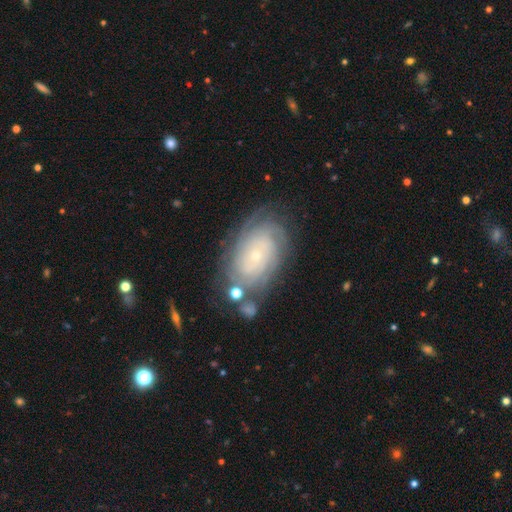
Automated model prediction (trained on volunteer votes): featured or disk 77%, smooth 16%, star or artifact 8%. Down the decision tree: edge-on disk — no (95%); bar — no (82%); spiral arms — yes (92%); spiral arm count — can't tell (42%); spiral winding — tight (78%); bulge size — small (83%); merging — none (71%).